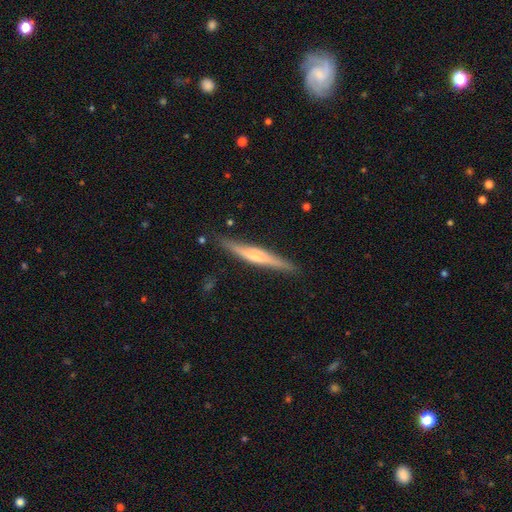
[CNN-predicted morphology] A featured or disk galaxy (64%) viewed edge-on (97%) with a rounded central bulge (59%). Merging: none (87%).